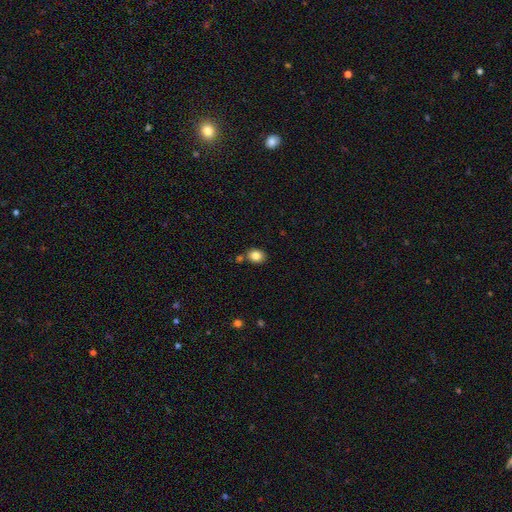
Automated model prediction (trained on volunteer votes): This appears to be a smooth galaxy with no disk features (83%) that is in between round and cigar-shaped (52%). Merging: none (76%).